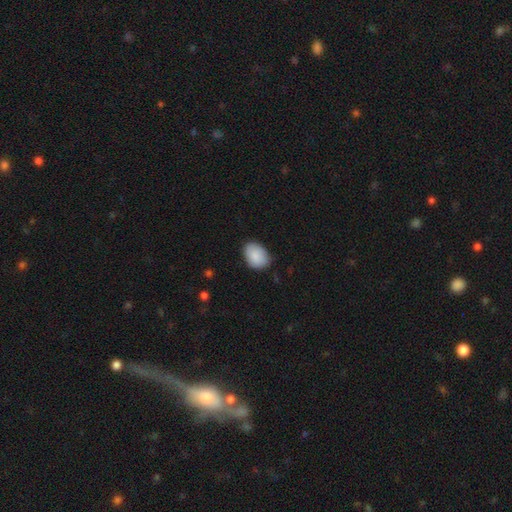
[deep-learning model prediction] Morphology: type=smooth (88%); roundness=in between (77%); merging=none (75%).